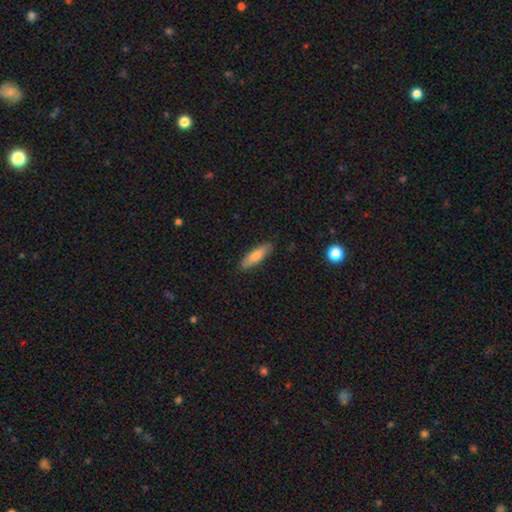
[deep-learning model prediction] smooth_or_featured: smooth (p=0.76) [alt: featured or disk p=0.18]
how_rounded: cigar-shaped (p=0.56) [alt: in between p=0.42]
merging: none (p=0.86) [alt: minor disturbance p=0.10]